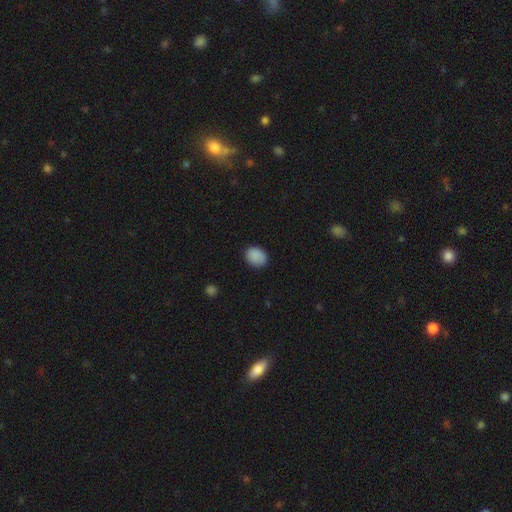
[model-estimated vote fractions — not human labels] This appears to be a smooth galaxy with no disk features (88%) that is in between round and cigar-shaped (56%). Merging: none (84%).